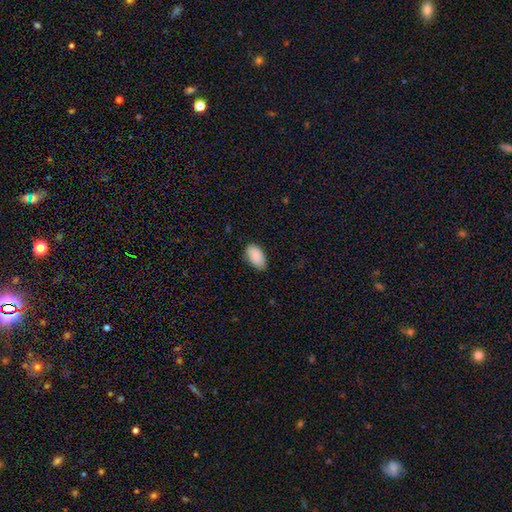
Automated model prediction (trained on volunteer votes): The model was most divided on "merging": none: 80%, minor disturbance: 17%, major disturbance: 3%, merger: 1%. More confident: how rounded — in between (95%); smooth or featured — smooth (90%).